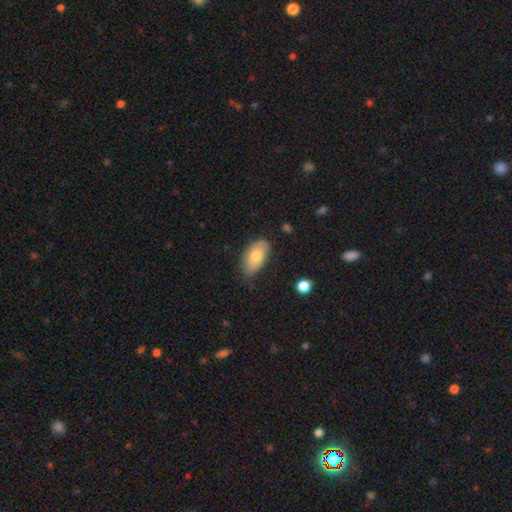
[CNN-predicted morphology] The model was most divided on "merging": none: 62%, minor disturbance: 31%, major disturbance: 5%, merger: 2%. More confident: how rounded — in between (93%); smooth or featured — smooth (74%).